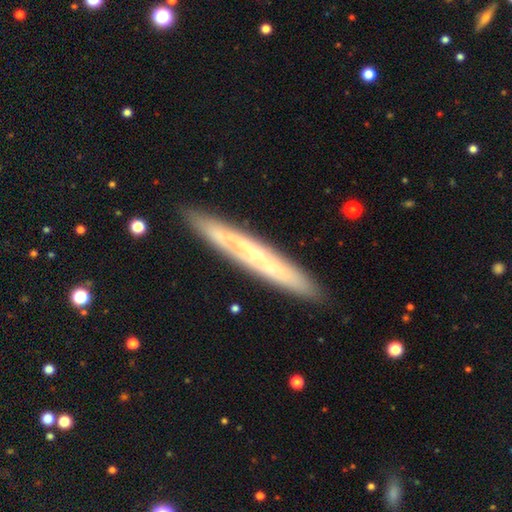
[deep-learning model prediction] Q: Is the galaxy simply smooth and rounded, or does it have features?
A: featured or disk — 67%.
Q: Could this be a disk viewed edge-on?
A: yes — 77%.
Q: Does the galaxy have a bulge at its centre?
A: none — 53%.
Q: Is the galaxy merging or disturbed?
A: none — 87%.